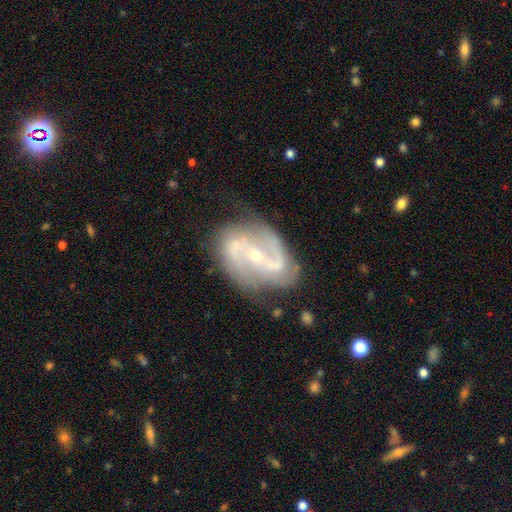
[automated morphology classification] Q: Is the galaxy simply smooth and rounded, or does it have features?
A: featured or disk — 89%.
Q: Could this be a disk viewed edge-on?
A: no — 97%.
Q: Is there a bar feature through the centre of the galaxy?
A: weak — 36%.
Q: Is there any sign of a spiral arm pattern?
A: yes — 96%.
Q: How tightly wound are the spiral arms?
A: medium — 51%.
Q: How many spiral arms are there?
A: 2 — 83%.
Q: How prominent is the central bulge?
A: small — 62%.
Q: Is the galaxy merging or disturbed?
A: none — 70%.